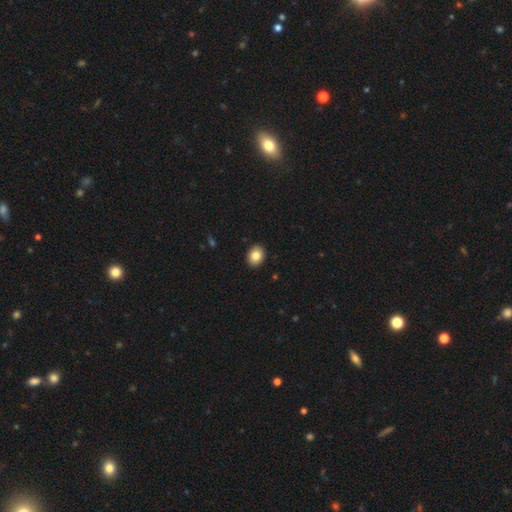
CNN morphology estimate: Smooth or featured? Predicted: smooth (p=0.84). How rounded? Predicted: in between (p=0.56). Merging? Predicted: none (p=0.91).